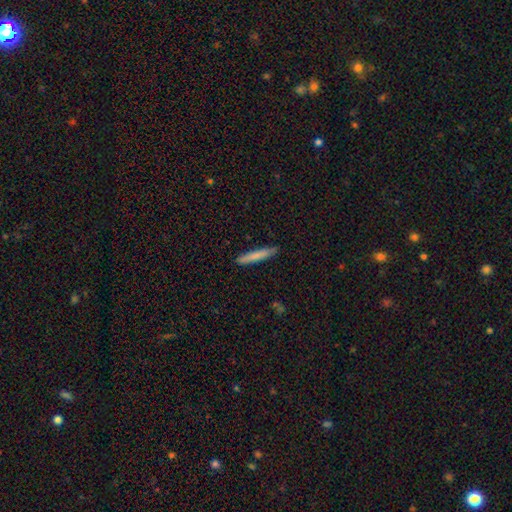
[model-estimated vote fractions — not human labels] Q: Smooth or featured?
A: smooth (78%); runner-up: featured or disk (16%)
Q: How rounded?
A: cigar-shaped (94%); runner-up: in between (5%)
Q: Merging?
A: none (89%); runner-up: minor disturbance (8%)